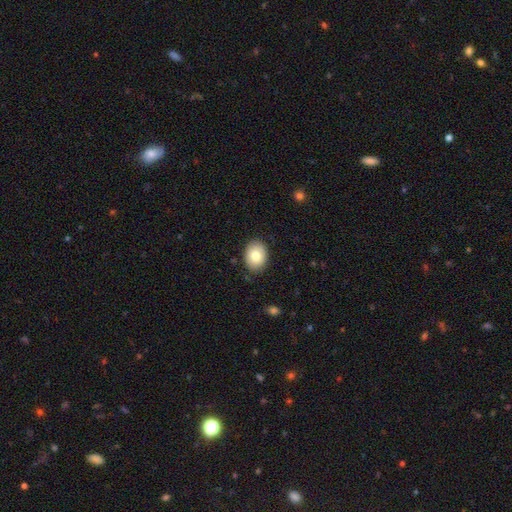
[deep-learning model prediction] Overall: smooth (79%). How rounded: in between (64%; round 35%). Merging: none (87%).